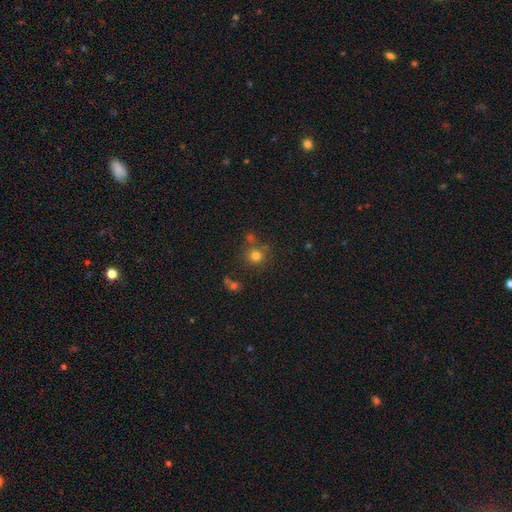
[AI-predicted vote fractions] Overall: smooth (76%). How rounded: round (90%). Merging: none (71%).